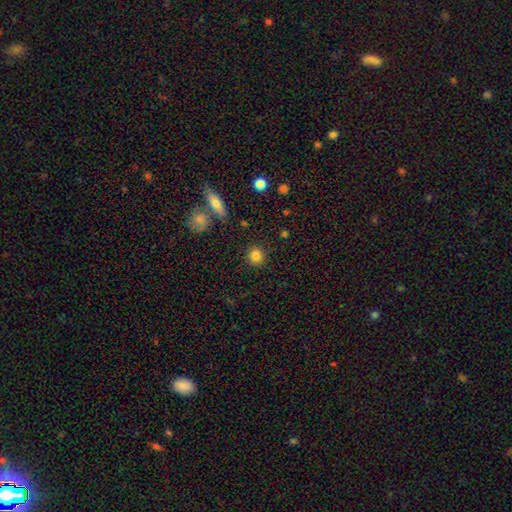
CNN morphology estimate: Q: Smooth or featured?
A: smooth (84%); runner-up: star or artifact (10%)
Q: How rounded?
A: round (83%); runner-up: in between (16%)
Q: Merging?
A: none (89%); runner-up: minor disturbance (7%)